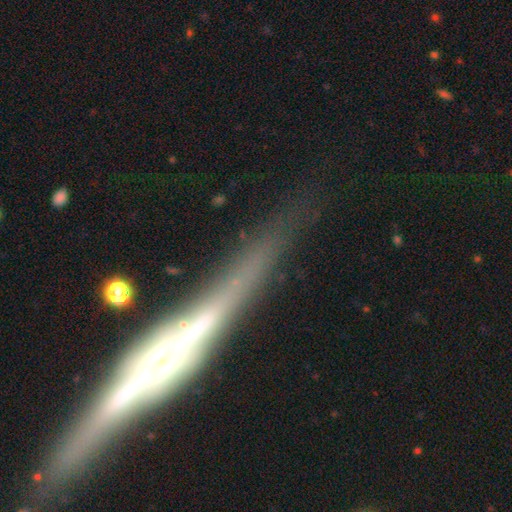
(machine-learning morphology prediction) The model was most divided on "edge-on bulge": rounded: 56%, boxy: 29%, none: 15%. More confident: edge-on disk — yes (94%); smooth or featured — featured or disk (81%); merging — none (79%).